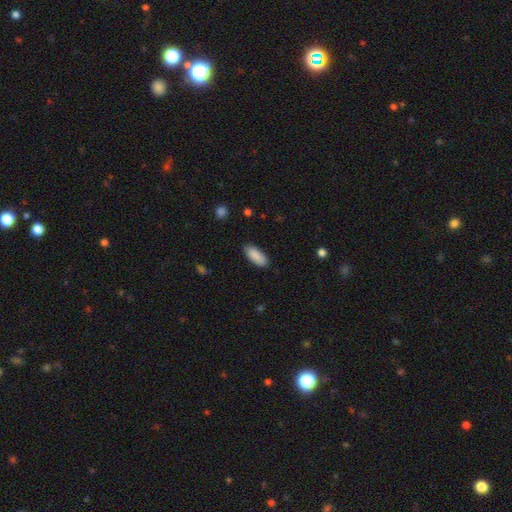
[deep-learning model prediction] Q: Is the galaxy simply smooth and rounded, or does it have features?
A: smooth — 90%.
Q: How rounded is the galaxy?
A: in between — 80%.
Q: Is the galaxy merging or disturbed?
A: none — 87%.